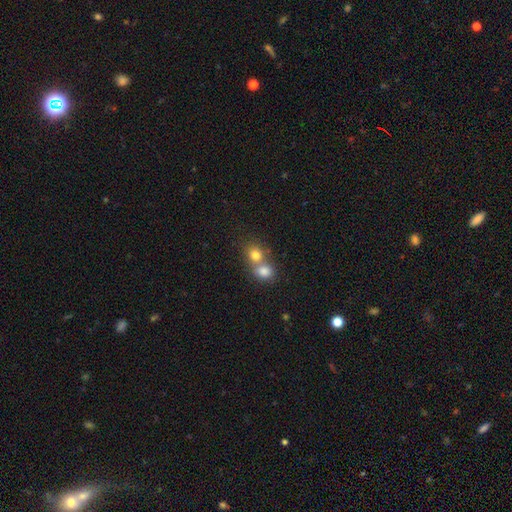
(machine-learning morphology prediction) This is likely a smooth galaxy (76%). How rounded: likely round (77%). Merging: possibly merger (58%).